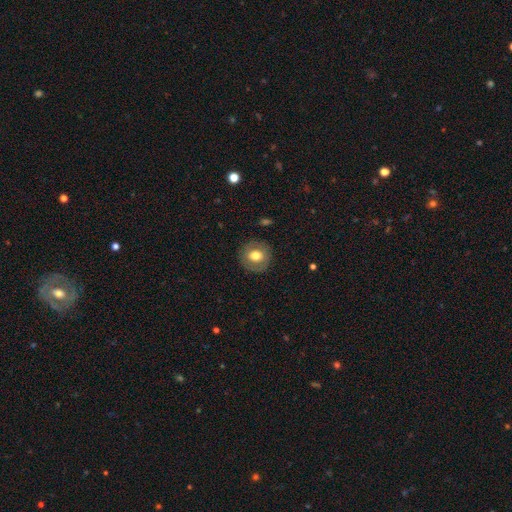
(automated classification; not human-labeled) smooth_or_featured: smooth (p=0.64) [alt: featured or disk p=0.29]
how_rounded: round (p=0.88) [alt: in between p=0.11]
merging: none (p=0.87) [alt: minor disturbance p=0.09]